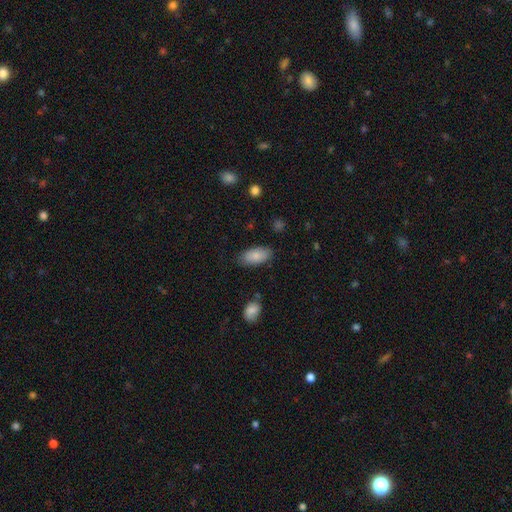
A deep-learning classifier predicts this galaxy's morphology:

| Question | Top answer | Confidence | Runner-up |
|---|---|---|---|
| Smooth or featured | smooth | 83% | featured or disk (10%) |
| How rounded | in between | 91% | cigar-shaped (6%) |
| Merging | none | 80% | minor disturbance (15%) |